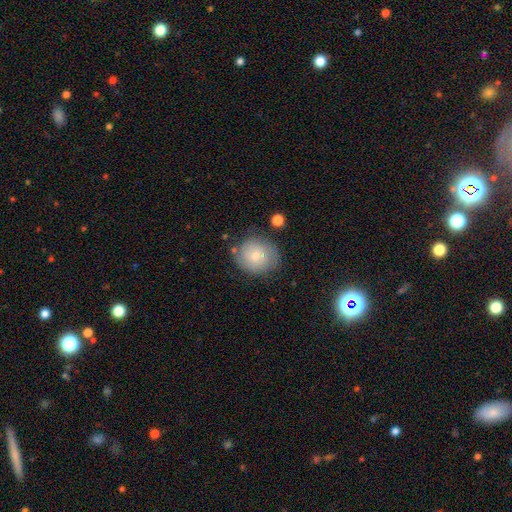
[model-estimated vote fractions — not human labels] A smooth galaxy with no disk features (70%) that is round (82%).

Vote fractions:
- Smooth or featured? smooth: 70% / featured or disk: 23% / star or artifact: 7%
- How rounded? round: 82% / in between: 17% / cigar-shaped: 1%
- Merging? none: 68% / minor disturbance: 20% / merger: 6% / major disturbance: 6%